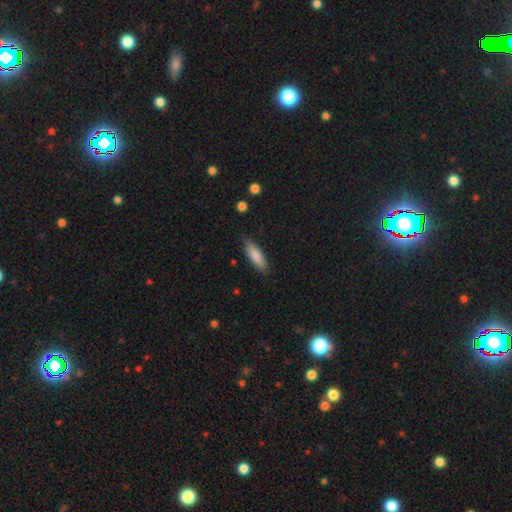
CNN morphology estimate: Smooth or featured? smooth (85%)
How rounded? cigar-shaped (51%)
Merging? none (85%)